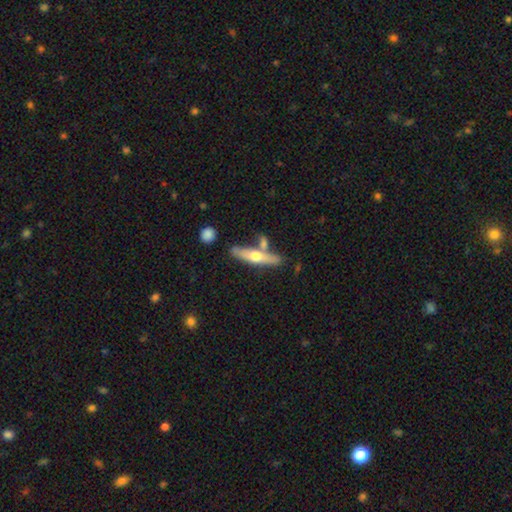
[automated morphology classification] Smooth or featured?
  - featured or disk: 54% *
  - smooth: 41%
  - star or artifact: 6%
Edge-on disk?
  - yes: 88% *
  - no: 12%
Merging?
  - none: 64% *
  - merger: 18%
  - minor disturbance: 14%
  - major disturbance: 4%